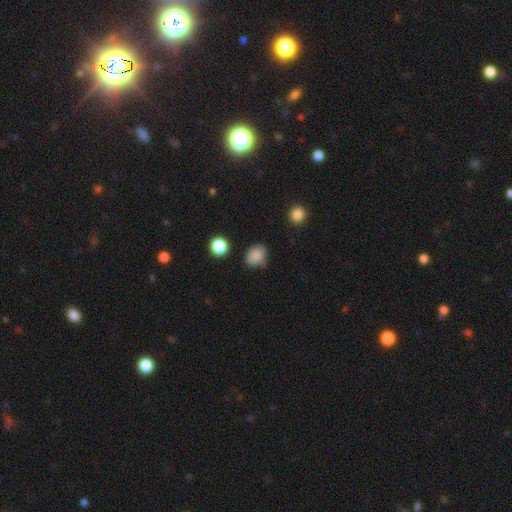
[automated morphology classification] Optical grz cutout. It shows a smooth galaxy with no disk features (86%) that is in between round and cigar-shaped (51%). Merging: none (74%).